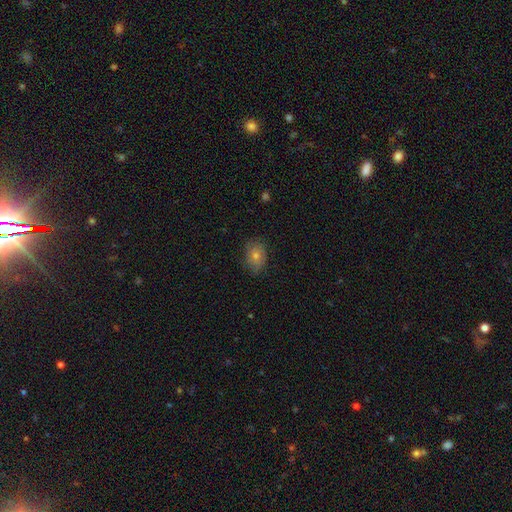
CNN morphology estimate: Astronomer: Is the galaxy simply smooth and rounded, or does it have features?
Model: smooth — 66%.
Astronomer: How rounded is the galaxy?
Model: in between — 65%.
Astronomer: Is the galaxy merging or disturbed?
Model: none — 79%.